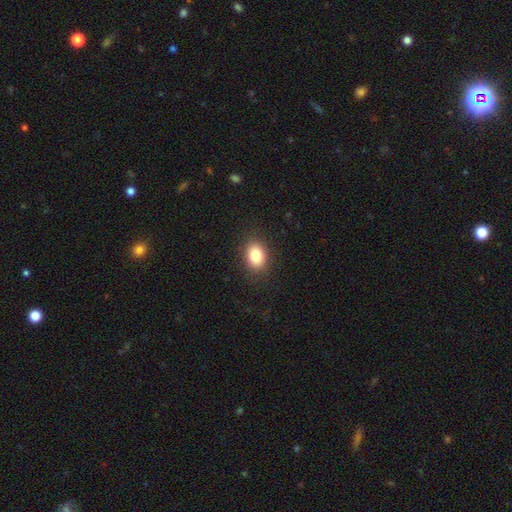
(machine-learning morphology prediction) Q: Smooth or featured?
A: smooth (84%); runner-up: star or artifact (9%)
Q: How rounded?
A: in between (75%); runner-up: round (24%)
Q: Merging?
A: none (87%); runner-up: minor disturbance (9%)